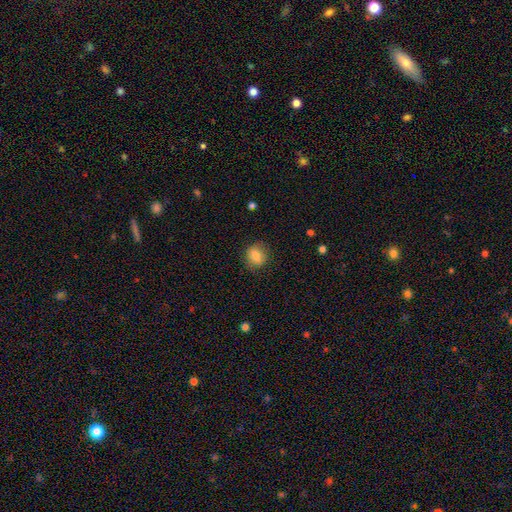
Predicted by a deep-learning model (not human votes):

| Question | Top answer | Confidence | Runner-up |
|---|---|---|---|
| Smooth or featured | smooth | 79% | featured or disk (12%) |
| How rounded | round | 60% | in between (39%) |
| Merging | none | 82% | minor disturbance (13%) |